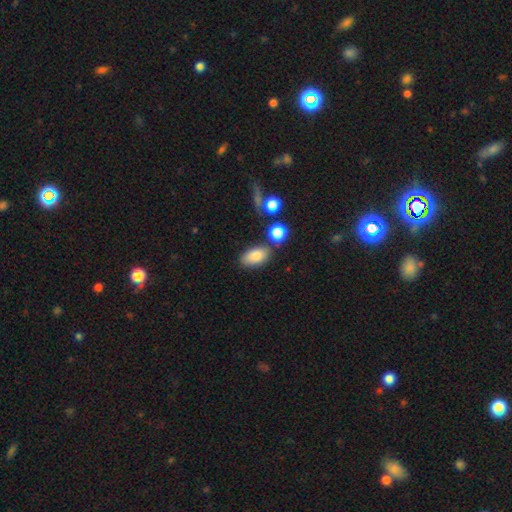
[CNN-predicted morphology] smooth-or-featured: smooth: 84% | star or artifact: 8% | featured or disk: 8%
  how-rounded: in between: 91% | round: 7% | cigar-shaped: 2%
  merging: none: 72% | minor disturbance: 14% | merger: 10% | major disturbance: 4%